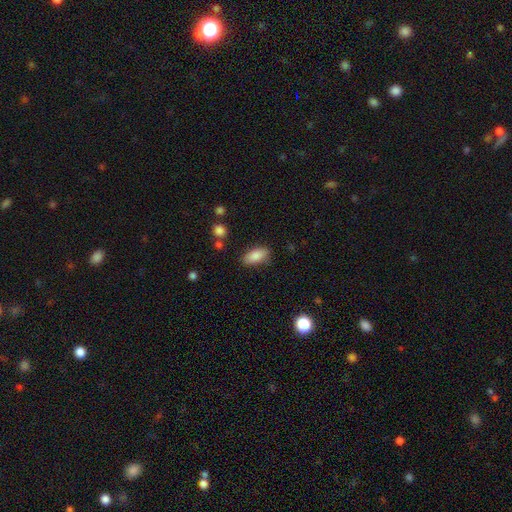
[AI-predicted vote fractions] Smooth or featured? smooth (86%)
How rounded? in between (86%)
Merging? none (81%)